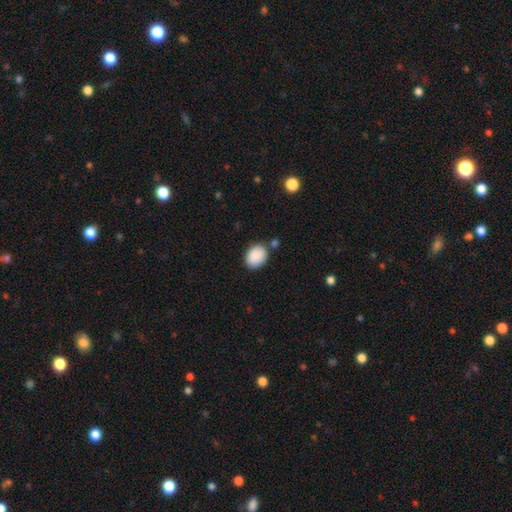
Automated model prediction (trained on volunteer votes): Overall: smooth (88%). How rounded: in between (63%; round 36%). Merging: none (75%).